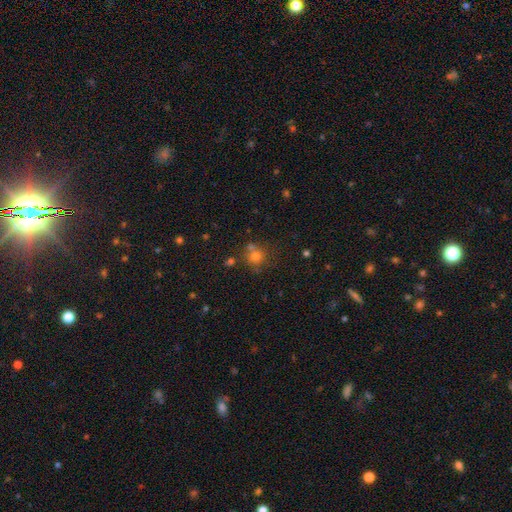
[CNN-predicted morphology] This appears to be a smooth galaxy with no disk features (72%) that is round (89%). Merging: none (63%).